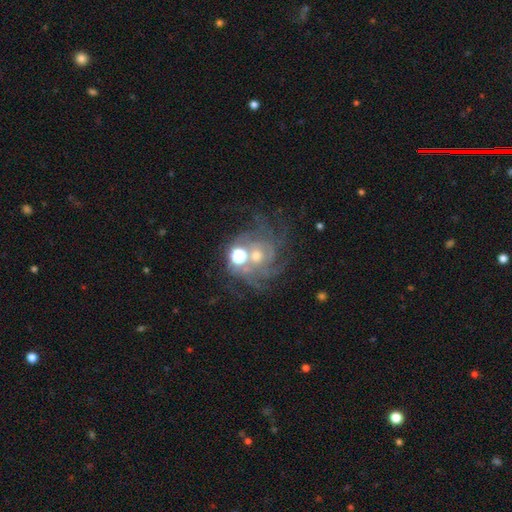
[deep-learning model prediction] The model was most divided on "bulge size": moderate: 52%, small: 34%, large: 7%, none: 5%, dominant: 2%. Remaining: edge-on disk — no (97%); spiral arms — yes (88%); bar — no (74%); smooth or featured — featured or disk (70%); spiral winding — tight (55%); merging — none (53%); spiral arm count — can't tell (39%).